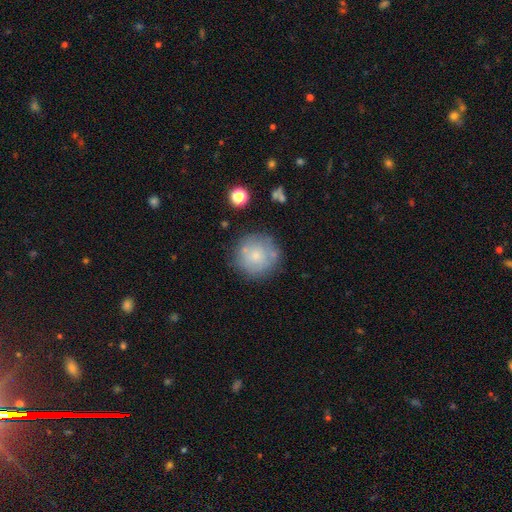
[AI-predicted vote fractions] Smooth or featured?
  - smooth: 65% *
  - featured or disk: 26%
  - star or artifact: 8%
How rounded?
  - round: 94% *
  - in between: 5%
  - cigar-shaped: 1%
Merging?
  - none: 72% *
  - minor disturbance: 16%
  - merger: 6%
  - major disturbance: 6%